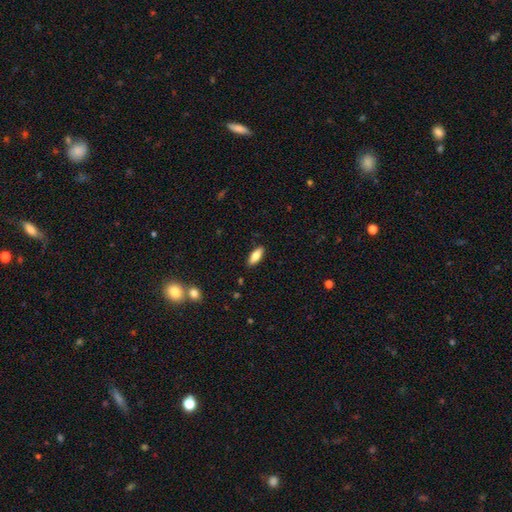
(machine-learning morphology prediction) smooth_or_featured: smooth (p=0.77) [alt: featured or disk p=0.16]
how_rounded: in between (p=0.72) [alt: cigar-shaped p=0.26]
merging: none (p=0.89) [alt: minor disturbance p=0.08]